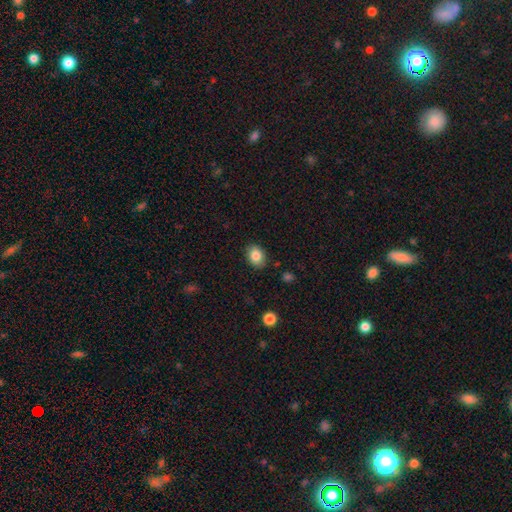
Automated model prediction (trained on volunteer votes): This appears to be a smooth galaxy with no disk features (84%) that is in between round and cigar-shaped (68%). Merging: none (87%).